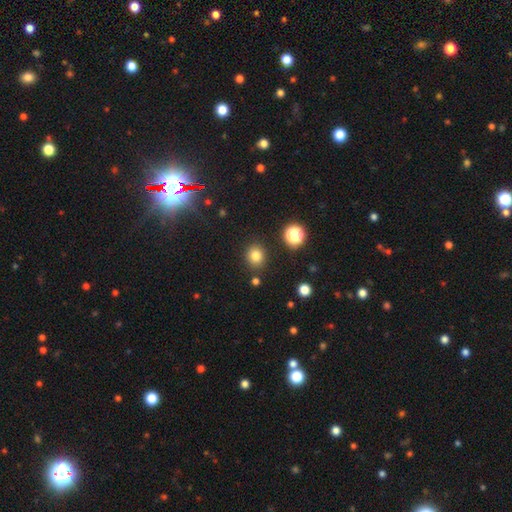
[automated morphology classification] type=smooth (80%); roundness=round (75%); merging=none (86%).